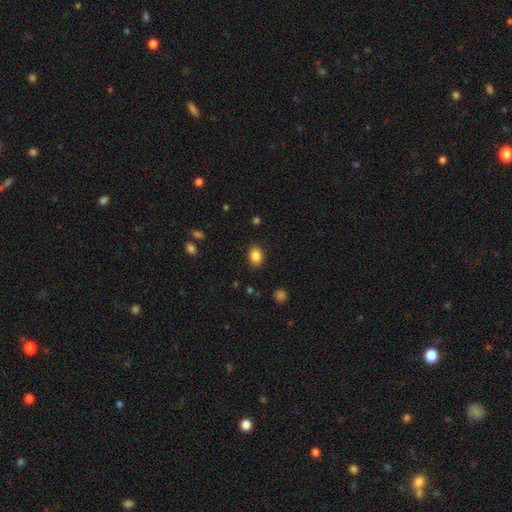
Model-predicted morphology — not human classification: type=smooth (87%); roundness=in between (77%); merging=none (86%).